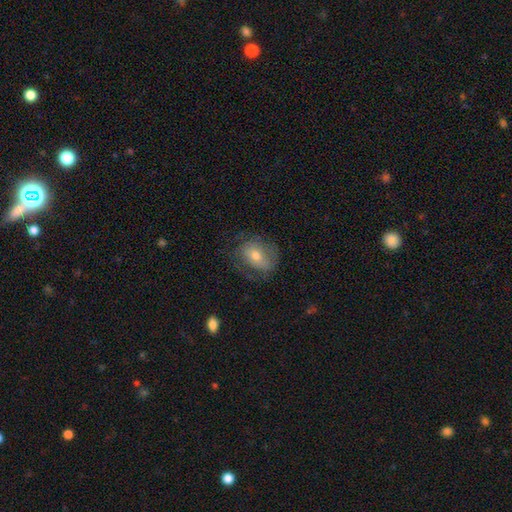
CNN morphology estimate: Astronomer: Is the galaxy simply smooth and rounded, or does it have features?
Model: smooth — 48% (runner-up: featured or disk, 42%).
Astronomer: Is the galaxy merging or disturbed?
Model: none — 60%.